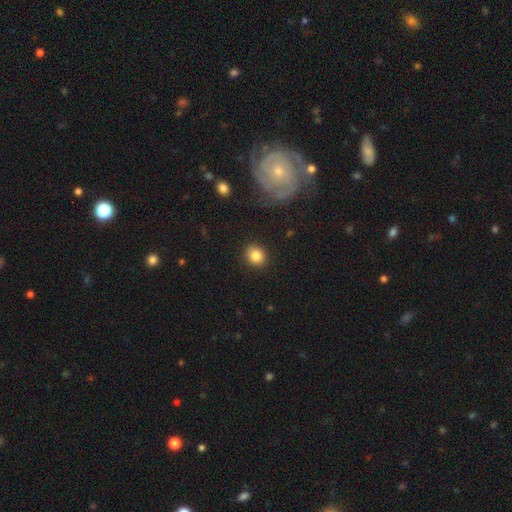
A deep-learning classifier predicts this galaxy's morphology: Q: Smooth or featured?
A: smooth (84%); runner-up: star or artifact (10%)
Q: How rounded?
A: round (80%); runner-up: in between (19%)
Q: Merging?
A: none (90%); runner-up: minor disturbance (7%)